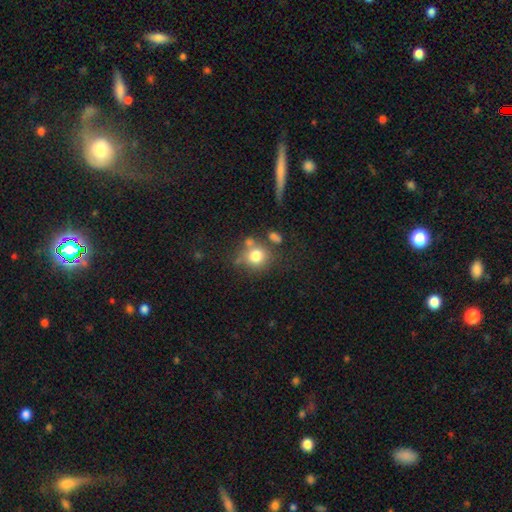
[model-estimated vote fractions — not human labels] smooth 77%, featured or disk 11%, star or artifact 11%. Down the decision tree: how rounded — round (81%); merging — none (58%).